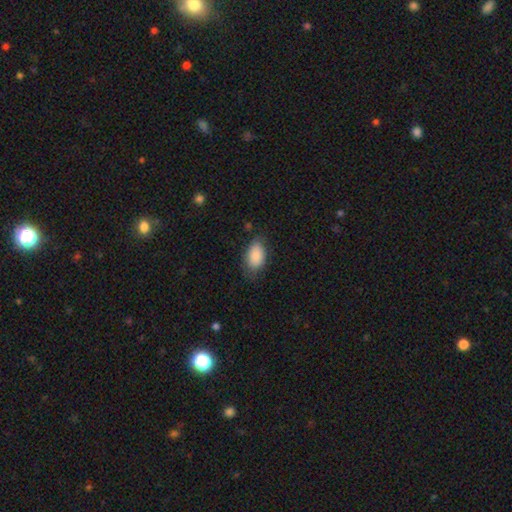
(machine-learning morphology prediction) smooth-or-featured: smooth: 88% | star or artifact: 7% | featured or disk: 6%
  how-rounded: in between: 92% | round: 6% | cigar-shaped: 2%
  merging: none: 72% | minor disturbance: 21% | major disturbance: 5% | merger: 1%